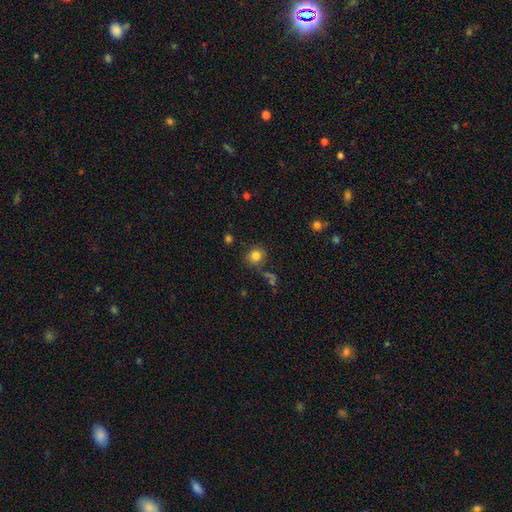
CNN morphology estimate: Overall: smooth (82%). How rounded: round (79%). Merging: none (77%).